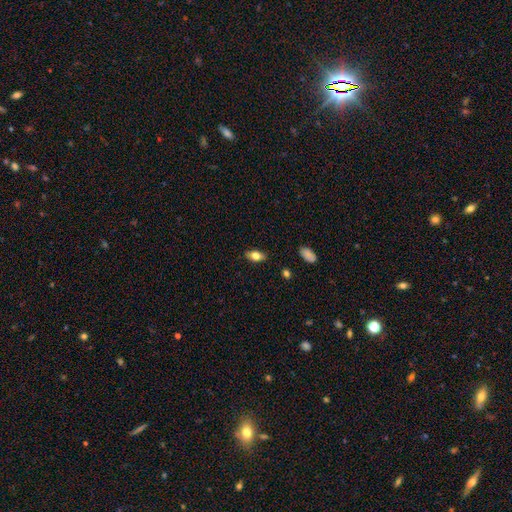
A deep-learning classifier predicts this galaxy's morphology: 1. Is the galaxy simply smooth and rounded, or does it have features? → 71% smooth, 21% featured or disk, 8% star or artifact.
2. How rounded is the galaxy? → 86% in between, 9% cigar-shaped, 5% round.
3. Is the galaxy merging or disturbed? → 86% none, 11% minor disturbance, 2% major disturbance, 1% merger.